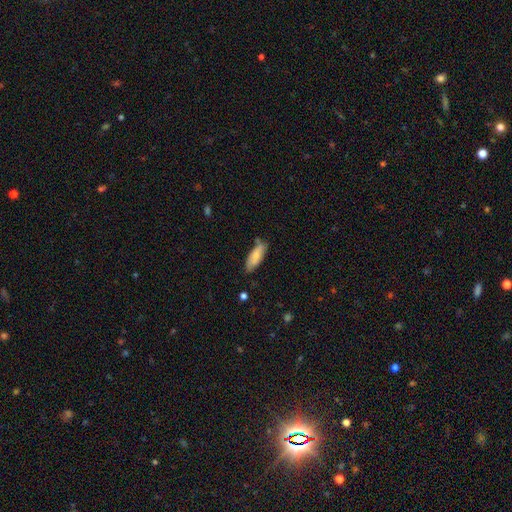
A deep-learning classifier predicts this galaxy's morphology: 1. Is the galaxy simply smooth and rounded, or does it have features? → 77% smooth, 17% featured or disk, 6% star or artifact.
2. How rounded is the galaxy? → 66% in between, 32% cigar-shaped, 2% round.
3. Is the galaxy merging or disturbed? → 68% none, 24% minor disturbance, 4% major disturbance, 4% merger.